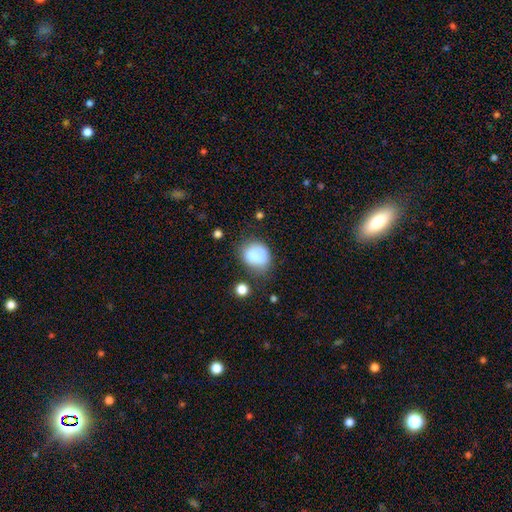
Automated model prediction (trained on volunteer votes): This appears to be a smooth galaxy with no disk features (79%) that is in between round and cigar-shaped (51%). Merging: none (55%).